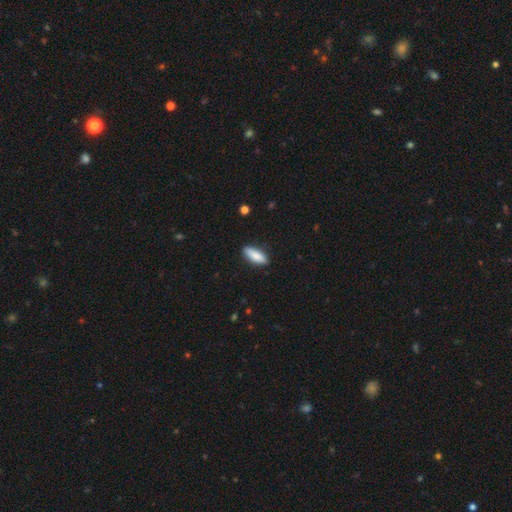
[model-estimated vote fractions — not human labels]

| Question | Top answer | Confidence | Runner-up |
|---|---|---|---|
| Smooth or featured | smooth | 85% | featured or disk (10%) |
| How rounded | in between | 66% | cigar-shaped (33%) |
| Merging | none | 87% | minor disturbance (10%) |